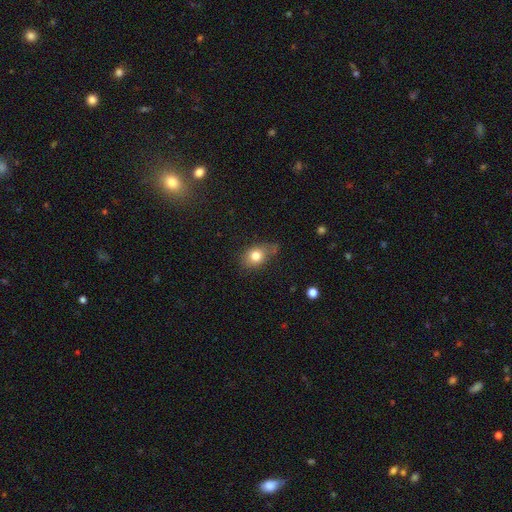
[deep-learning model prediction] A smooth galaxy with no disk features (78%) that is in between round and cigar-shaped (63%).

Vote fractions:
- Smooth or featured? smooth: 78% / featured or disk: 12% / star or artifact: 10%
- How rounded? in between: 63% / round: 36% / cigar-shaped: 2%
- Merging? none: 58% / minor disturbance: 31% / major disturbance: 8% / merger: 4%